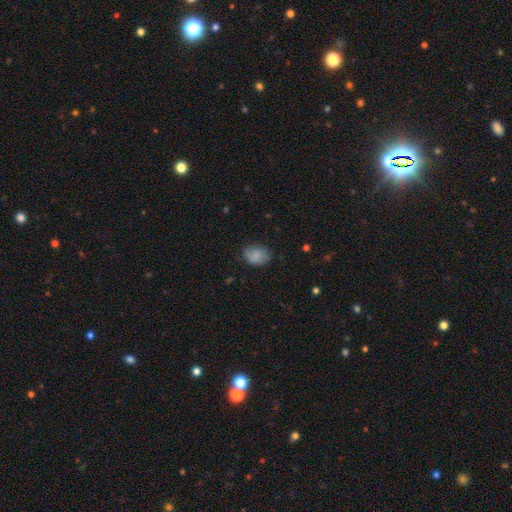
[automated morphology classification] Overall: smooth (83%). How rounded: in between (60%; round 39%). Merging: none (74%).